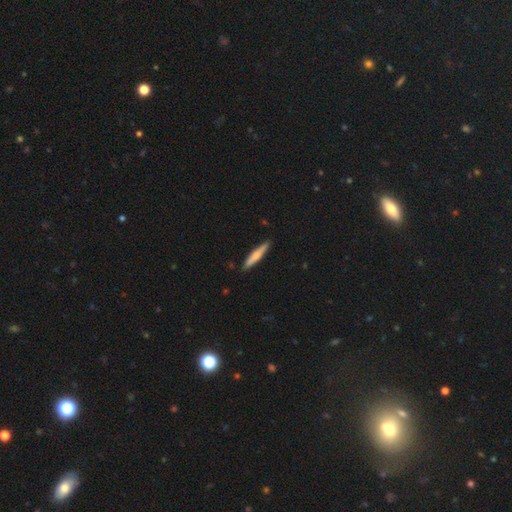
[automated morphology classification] Smooth or featured?
  - smooth: 66% *
  - featured or disk: 29%
  - star or artifact: 5%
How rounded?
  - cigar-shaped: 92% *
  - in between: 7%
  - round: 1%
Merging?
  - none: 89% *
  - minor disturbance: 8%
  - major disturbance: 1%
  - merger: 1%